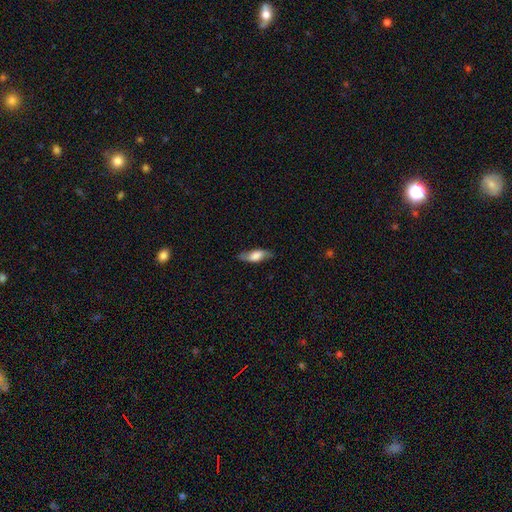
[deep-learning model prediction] A smooth galaxy with no disk features (50%). Merging: none (76%).